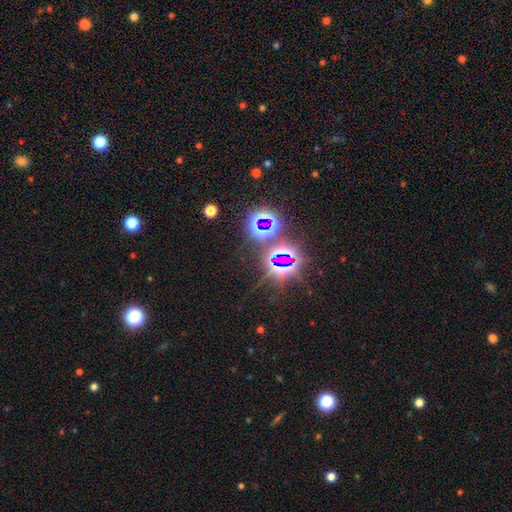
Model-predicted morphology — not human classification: This appears to be a star or artifact, not a galaxy (76%).